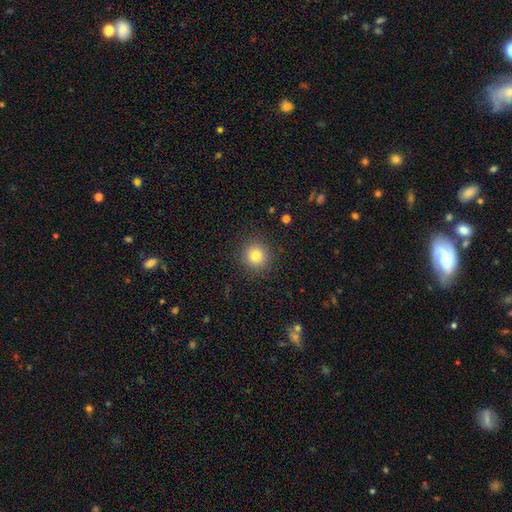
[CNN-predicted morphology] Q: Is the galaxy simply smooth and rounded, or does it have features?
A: smooth — 81%.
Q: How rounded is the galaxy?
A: round — 92%.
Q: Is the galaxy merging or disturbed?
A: none — 90%.